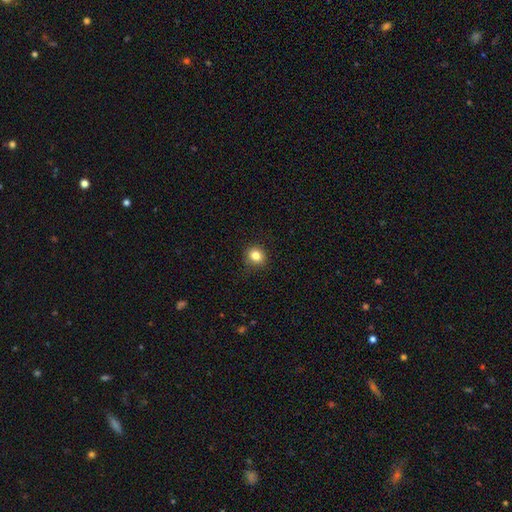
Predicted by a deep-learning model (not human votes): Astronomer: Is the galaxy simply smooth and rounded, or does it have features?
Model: smooth — 83%.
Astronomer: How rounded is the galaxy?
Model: round — 81%.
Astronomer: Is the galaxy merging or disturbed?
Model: none — 87%.